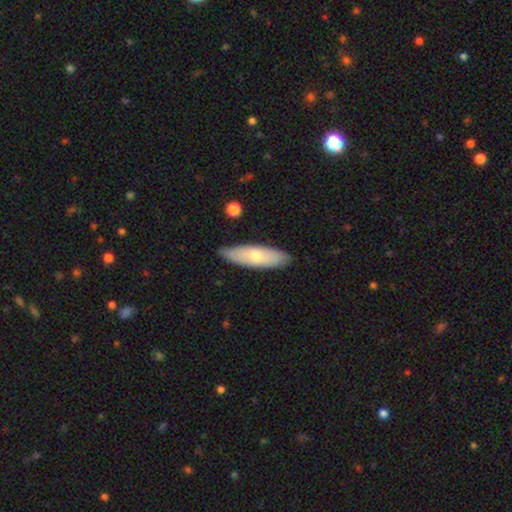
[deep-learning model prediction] smooth_or_featured: smooth (p=0.62) [alt: featured or disk p=0.32]
how_rounded: cigar-shaped (p=0.51) [alt: in between p=0.47]
merging: none (p=0.85) [alt: minor disturbance p=0.12]